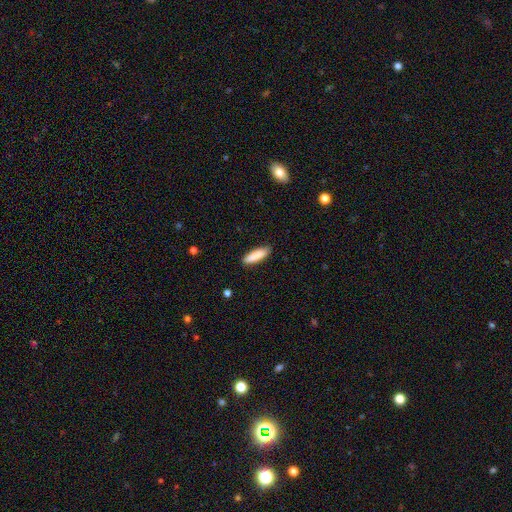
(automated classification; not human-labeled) Smooth or featured?
  - smooth: 87% *
  - featured or disk: 7%
  - star or artifact: 6%
How rounded?
  - cigar-shaped: 62% *
  - in between: 37%
  - round: 1%
Merging?
  - none: 88% *
  - minor disturbance: 9%
  - major disturbance: 2%
  - merger: 1%